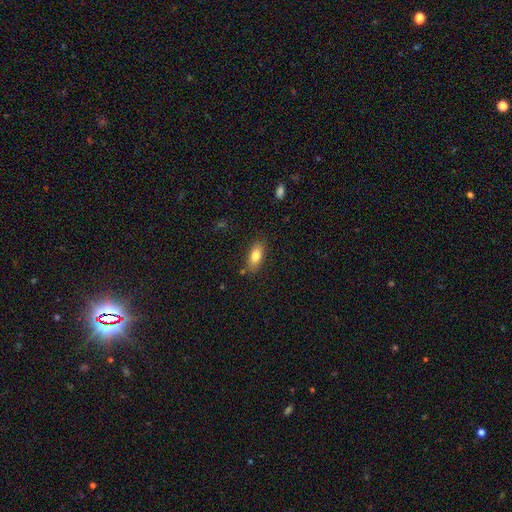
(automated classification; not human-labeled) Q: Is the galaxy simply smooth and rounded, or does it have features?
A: smooth — 79%.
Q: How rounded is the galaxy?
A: in between — 85%.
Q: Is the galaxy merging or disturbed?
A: none — 80%.